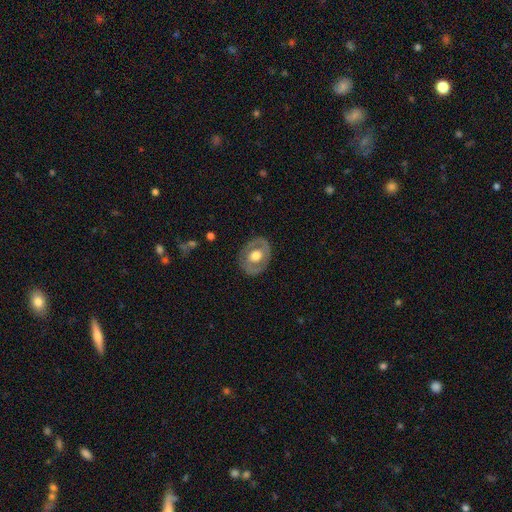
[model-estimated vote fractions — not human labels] A featured or disk galaxy (56%) with no bar (75%), no spiral arms (77%) and a moderate central bulge (52%). Merging: none (80%).